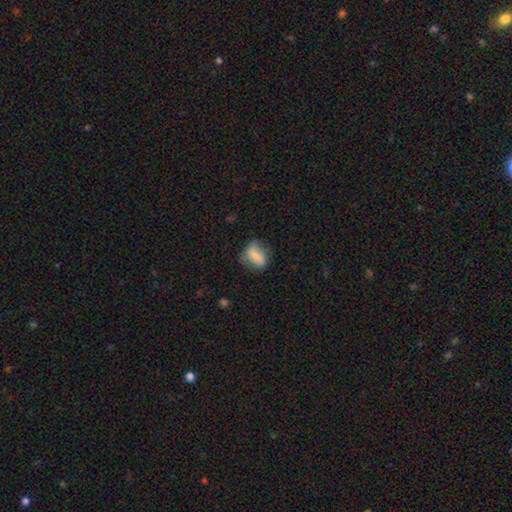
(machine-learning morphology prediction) This is likely a smooth galaxy (66%). How rounded: likely in between (68%). Merging: likely none (65%).